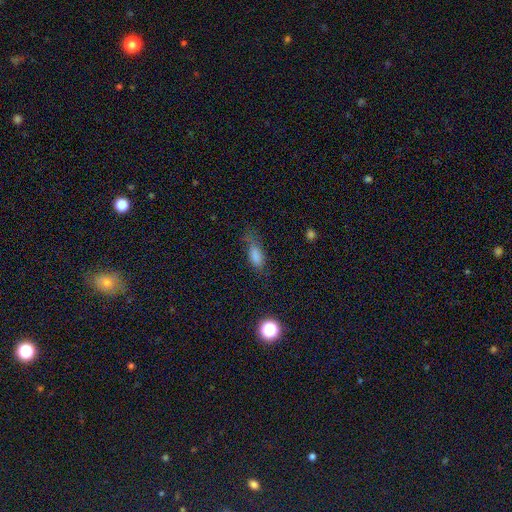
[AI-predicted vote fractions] Morphology: type=smooth (78%); roundness=in between (73%); merging=none (54%).